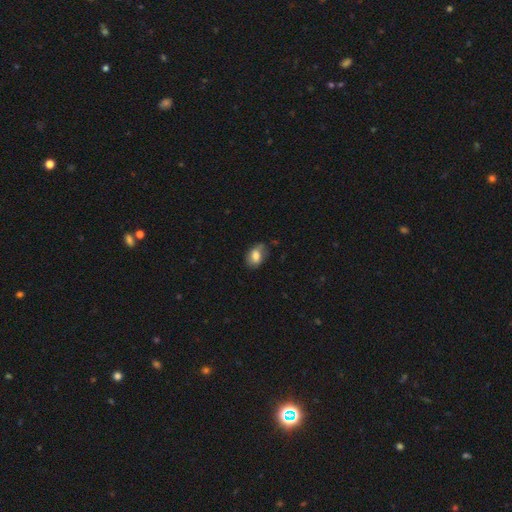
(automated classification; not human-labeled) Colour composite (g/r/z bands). It shows a smooth galaxy with no disk features (77%) that is in between round and cigar-shaped (82%). Merging: none (65%).